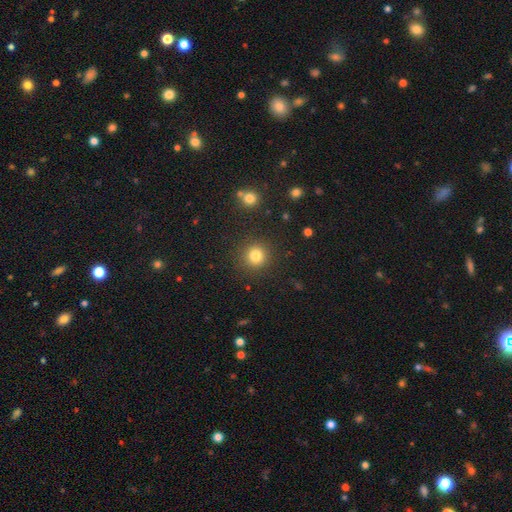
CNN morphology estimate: Smooth or featured? smooth (81%)
How rounded? round (93%)
Merging? none (89%)